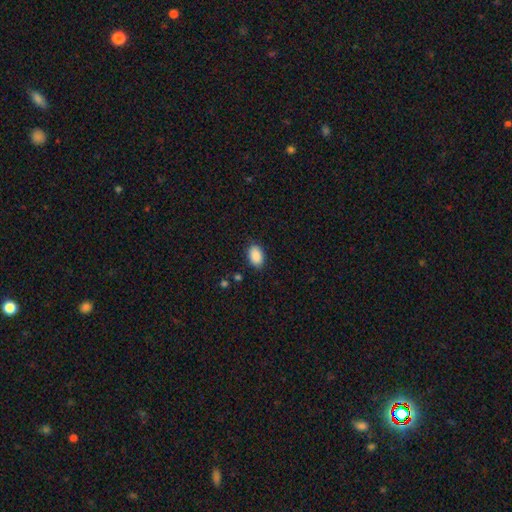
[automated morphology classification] smooth-or-featured: smooth: 90% | star or artifact: 7% | featured or disk: 3%
  how-rounded: in between: 89% | round: 10% | cigar-shaped: 1%
  merging: none: 86% | minor disturbance: 10% | major disturbance: 3% | merger: 1%